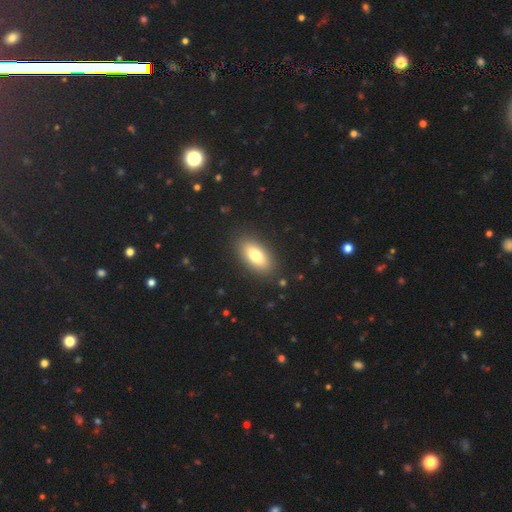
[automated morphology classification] Smooth or featured?
  - smooth: 77% *
  - featured or disk: 16%
  - star or artifact: 7%
How rounded?
  - in between: 90% *
  - cigar-shaped: 7%
  - round: 4%
Merging?
  - none: 87% *
  - minor disturbance: 9%
  - major disturbance: 3%
  - merger: 1%